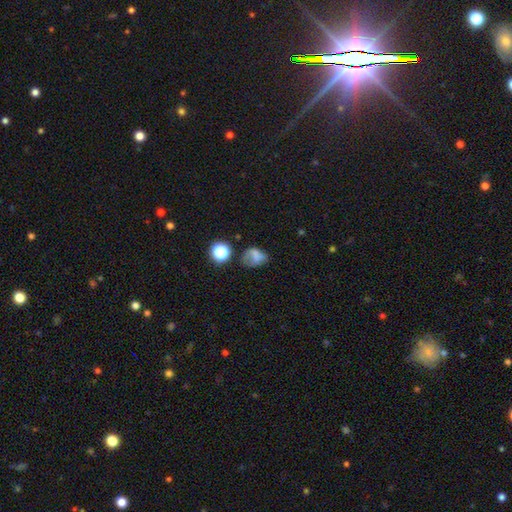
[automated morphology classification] smooth_or_featured: smooth (p=0.63) [alt: featured or disk p=0.19]
how_rounded: in between (p=0.59) [alt: round p=0.39]
merging: none (p=0.40) [alt: minor disturbance p=0.28]